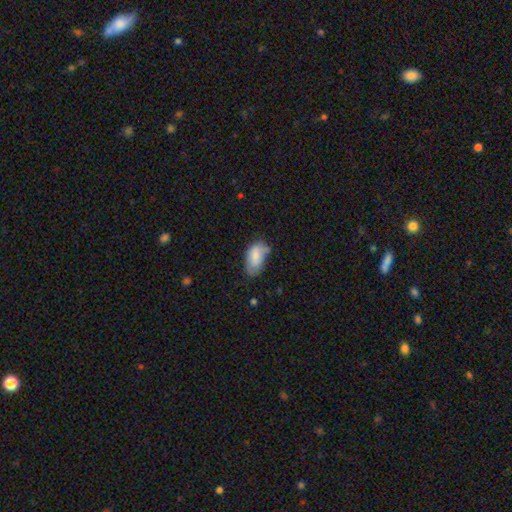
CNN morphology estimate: A smooth galaxy with no disk features (75%) that is in between round and cigar-shaped (94%). Merging: none (42%).